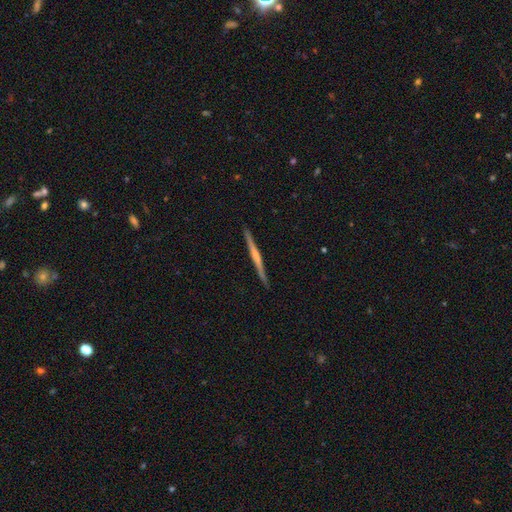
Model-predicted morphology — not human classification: A featured or disk galaxy (62%) viewed edge-on (98%) with no central bulge (60%). Merging: none (91%).